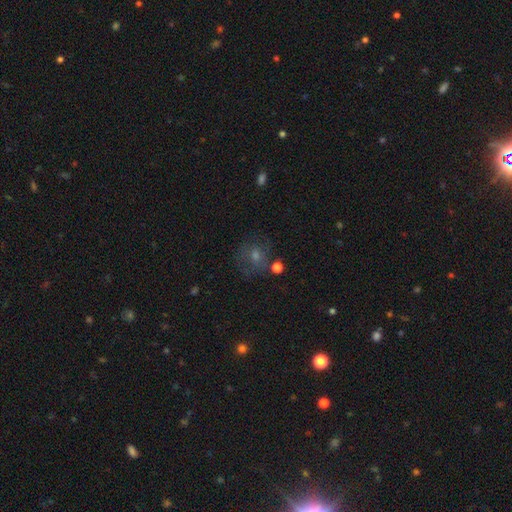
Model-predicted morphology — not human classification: A smooth galaxy with no disk features (42%).

Vote fractions:
- Smooth or featured? smooth: 42% / featured or disk: 30% / star or artifact: 29%
- Merging? none: 69% / minor disturbance: 16% / major disturbance: 11% / merger: 4%